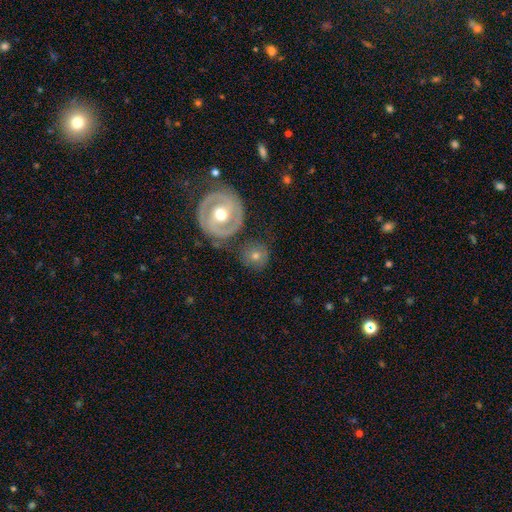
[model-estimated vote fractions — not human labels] Q: Smooth or featured?
A: smooth (56%); runner-up: featured or disk (35%)
Q: How rounded?
A: round (89%); runner-up: in between (10%)
Q: Merging?
A: none (77%); runner-up: minor disturbance (12%)